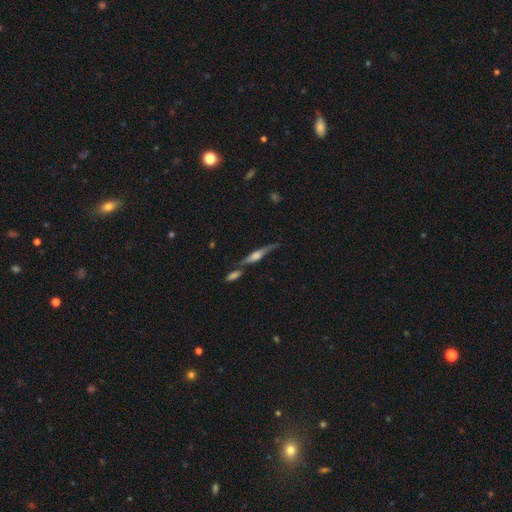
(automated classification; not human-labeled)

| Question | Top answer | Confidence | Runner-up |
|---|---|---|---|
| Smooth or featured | featured or disk | 74% | smooth (19%) |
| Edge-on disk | yes | 95% | no (5%) |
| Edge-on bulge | rounded | 71% | boxy (23%) |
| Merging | none | 64% | merger (17%) |